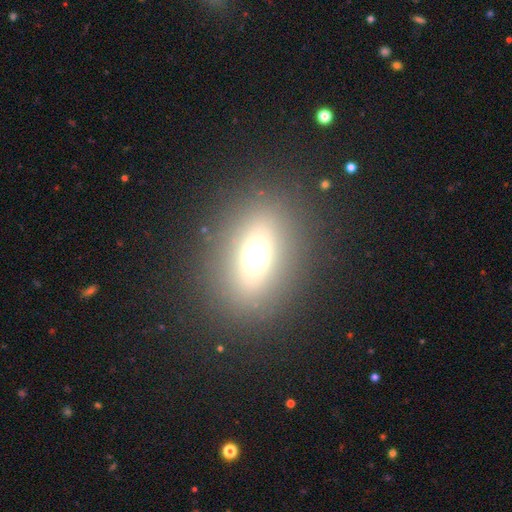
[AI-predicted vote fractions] Morphology: type=smooth (59%); roundness=in between (62%); merging=none (85%).